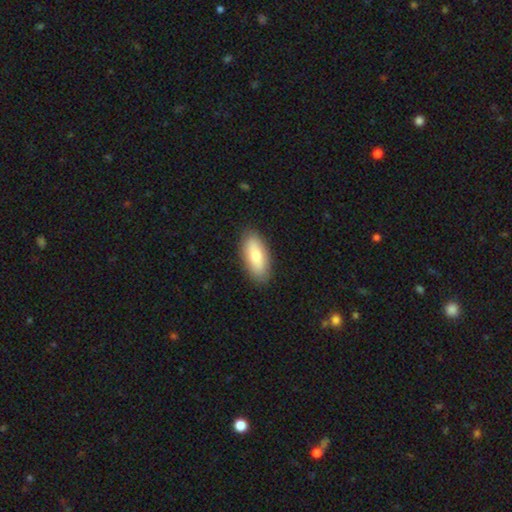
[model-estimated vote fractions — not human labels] smooth_or_featured: smooth (p=0.76) [alt: featured or disk p=0.18]
how_rounded: in between (p=0.88) [alt: cigar-shaped p=0.10]
merging: none (p=0.87) [alt: minor disturbance p=0.10]